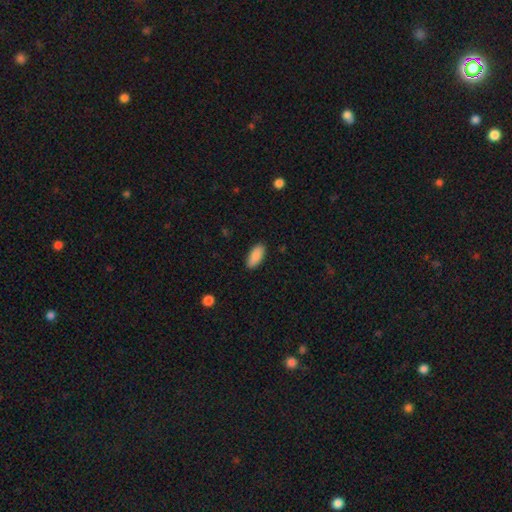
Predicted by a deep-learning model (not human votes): Smooth or featured?
  - smooth: 89% *
  - star or artifact: 6%
  - featured or disk: 5%
How rounded?
  - in between: 87% *
  - cigar-shaped: 11%
  - round: 2%
Merging?
  - none: 89% *
  - minor disturbance: 8%
  - major disturbance: 2%
  - merger: 1%